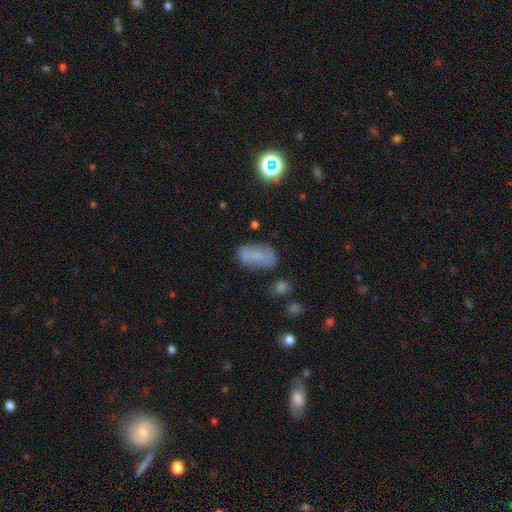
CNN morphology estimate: This appears to be a smooth galaxy with no disk features (56%) that is in between round and cigar-shaped (87%). Merging: none (64%).